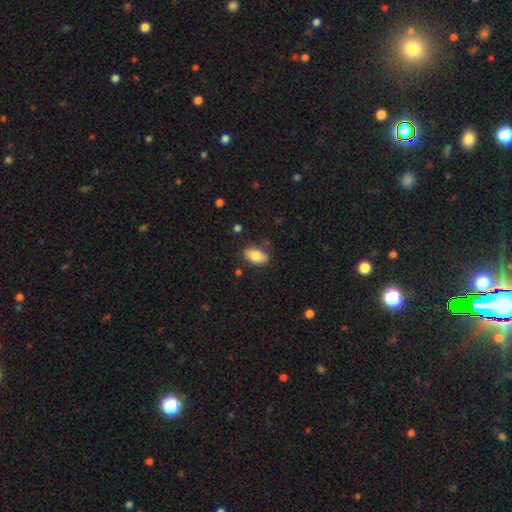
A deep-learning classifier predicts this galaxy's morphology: smooth-or-featured: smooth: 82% | featured or disk: 11% | star or artifact: 7%
  how-rounded: in between: 91% | round: 7% | cigar-shaped: 2%
  merging: none: 79% | minor disturbance: 15% | major disturbance: 4% | merger: 3%